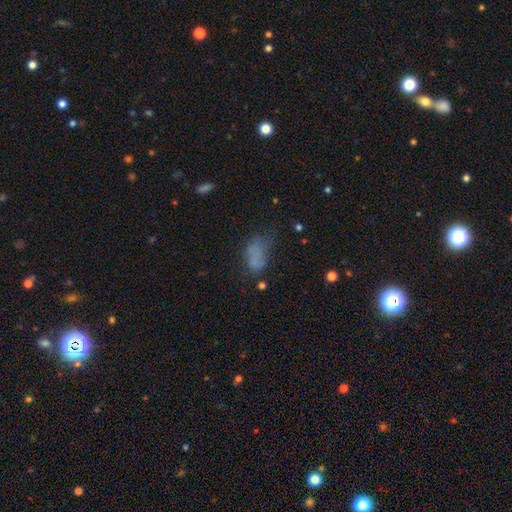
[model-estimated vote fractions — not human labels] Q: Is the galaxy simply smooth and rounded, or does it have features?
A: smooth — 66%.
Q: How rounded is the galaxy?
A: in between — 88%.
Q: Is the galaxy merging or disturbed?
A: none — 37%.